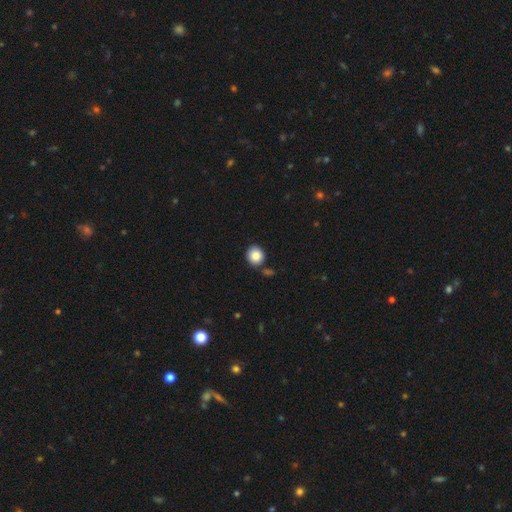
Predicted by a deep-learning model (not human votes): Morphology: type=smooth (87%); roundness=round (84%); merging=none (78%).